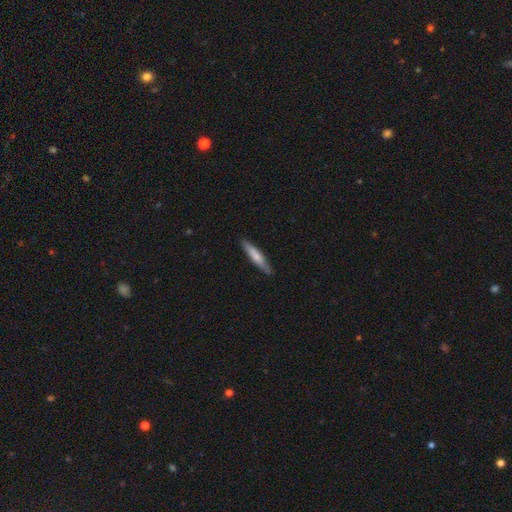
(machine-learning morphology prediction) Overall: smooth (66%; featured or disk 29%). How rounded: cigar-shaped (88%). Merging: none (87%).